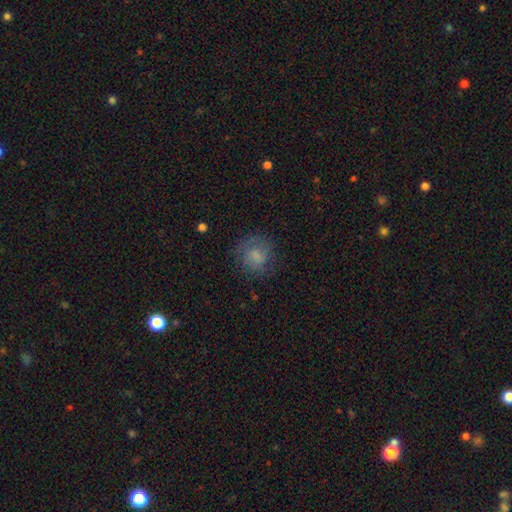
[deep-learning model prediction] smooth_or_featured: smooth (p=0.71) [alt: featured or disk p=0.19]
how_rounded: round (p=0.82) [alt: in between p=0.17]
merging: none (p=0.70) [alt: minor disturbance p=0.18]